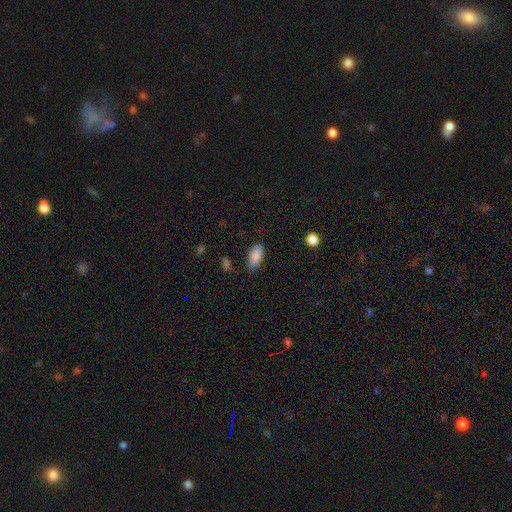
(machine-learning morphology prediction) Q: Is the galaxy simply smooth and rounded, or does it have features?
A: smooth — 88%.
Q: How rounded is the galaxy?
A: in between — 92%.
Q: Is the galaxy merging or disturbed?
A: none — 81%.